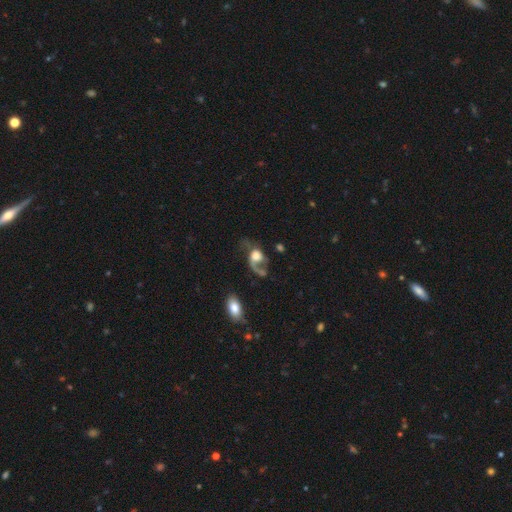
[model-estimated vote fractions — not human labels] This is likely a featured or disk galaxy (64%). It is clearly not viewed edge-on (96%). Bar: likely no (75%). Spiral arm pattern: clearly yes (81%). Central bulge: marginally large (43%). Merging: possibly major disturbance (50%).